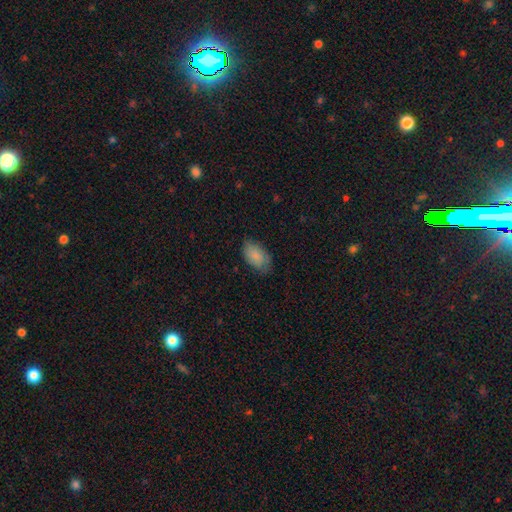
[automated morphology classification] A smooth galaxy with no disk features (83%) that is in between round and cigar-shaped (93%). Merging: none (69%).